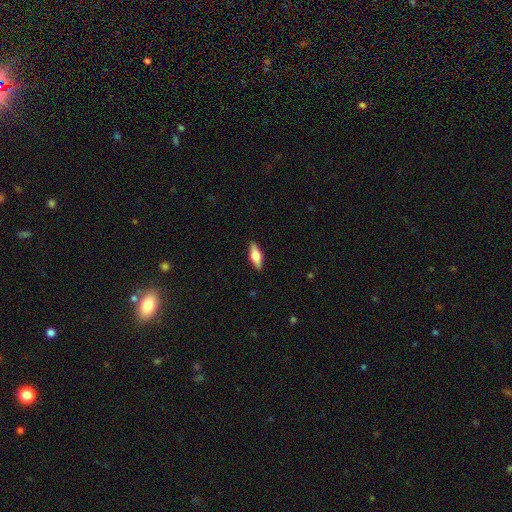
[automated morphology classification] This is possibly a smooth galaxy (57%). How rounded: possibly in between (60%). Merging: clearly none (89%).